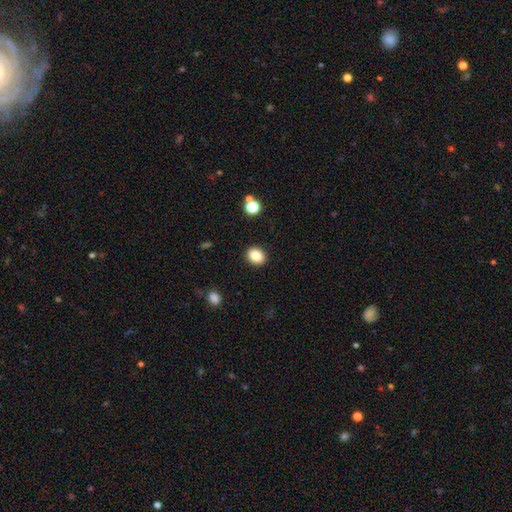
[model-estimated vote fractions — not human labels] Smooth or featured?
  - smooth: 85% *
  - star or artifact: 10%
  - featured or disk: 5%
How rounded?
  - round: 58% *
  - in between: 41%
  - cigar-shaped: 1%
Merging?
  - none: 91% *
  - minor disturbance: 6%
  - major disturbance: 2%
  - merger: 1%